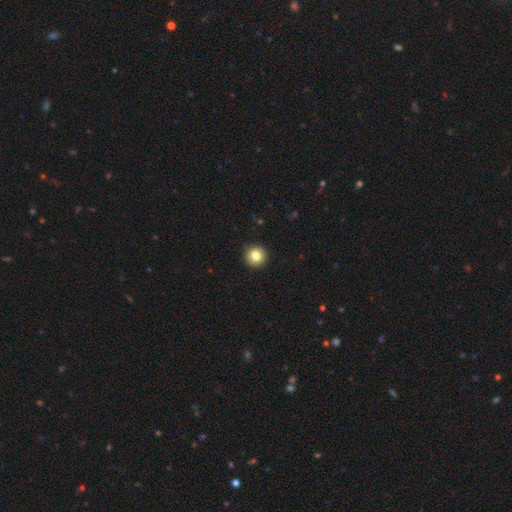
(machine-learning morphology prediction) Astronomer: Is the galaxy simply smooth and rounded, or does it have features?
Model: smooth — 82%.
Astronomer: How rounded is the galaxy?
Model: round — 96%.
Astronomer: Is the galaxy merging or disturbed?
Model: none — 93%.